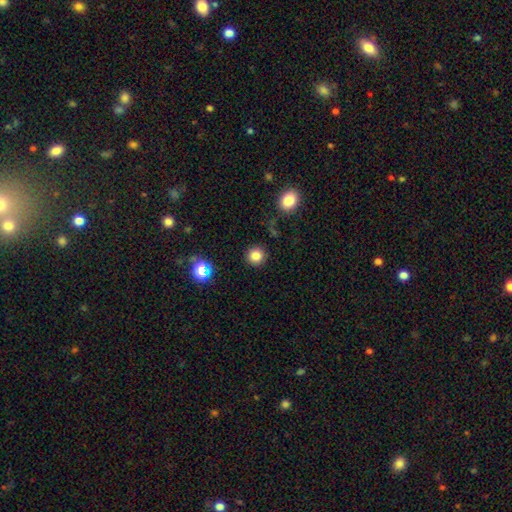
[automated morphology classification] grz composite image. It shows a smooth galaxy with no disk features (82%) that is round (94%). Merging: none (89%).